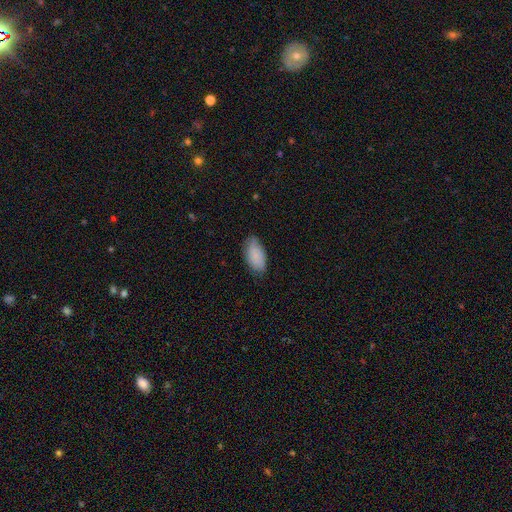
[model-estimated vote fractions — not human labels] Smooth or featured? smooth (84%)
How rounded? in between (94%)
Merging? none (71%)